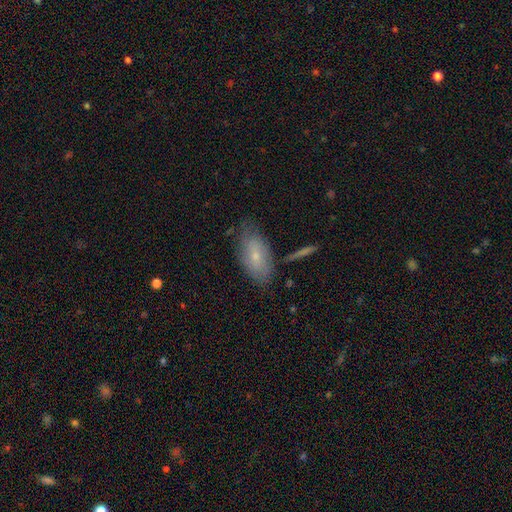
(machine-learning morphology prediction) A smooth galaxy with no disk features (62%) that is in between round and cigar-shaped (89%). Merging: none (66%).